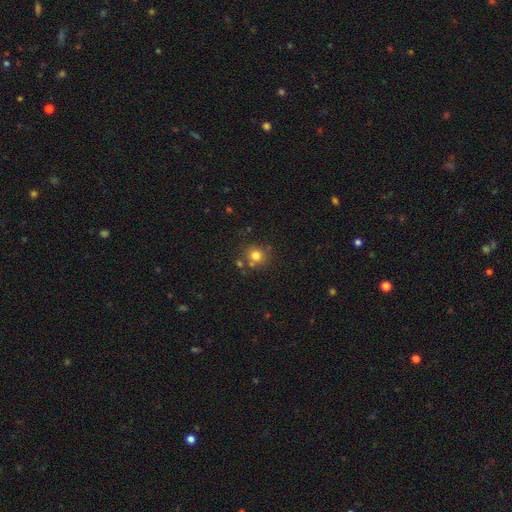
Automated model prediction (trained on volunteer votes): Smooth or featured? smooth (77%)
How rounded? round (88%)
Merging? none (74%)